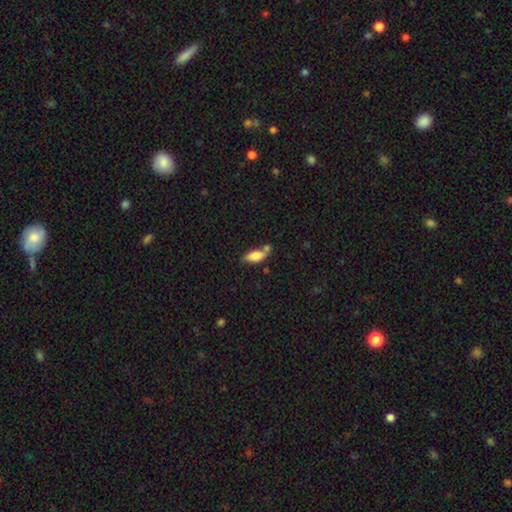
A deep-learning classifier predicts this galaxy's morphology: A smooth galaxy with no disk features (76%) that is in between round and cigar-shaped (82%).

Vote fractions:
- Smooth or featured? smooth: 76% / featured or disk: 16% / star or artifact: 8%
- How rounded? in between: 82% / cigar-shaped: 14% / round: 3%
- Merging? none: 45% / merger: 28% / minor disturbance: 21% / major disturbance: 7%